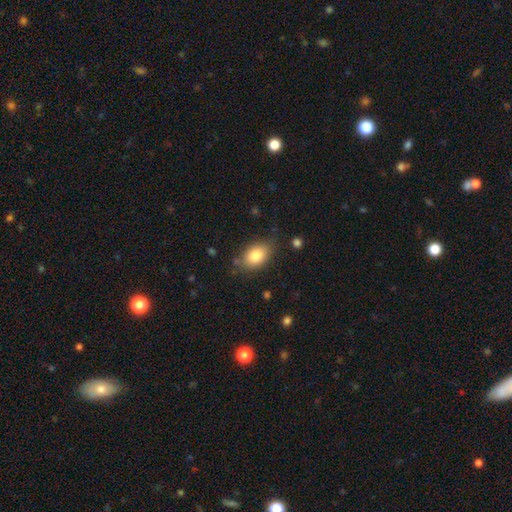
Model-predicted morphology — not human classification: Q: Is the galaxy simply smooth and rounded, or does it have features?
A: smooth — 81%.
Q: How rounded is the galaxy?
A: in between — 82%.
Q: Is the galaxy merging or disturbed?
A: none — 77%.